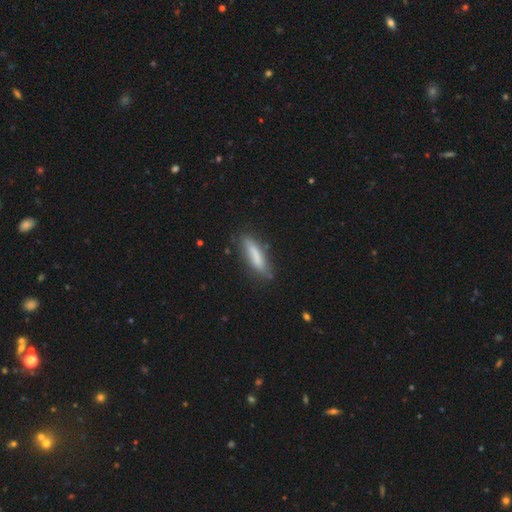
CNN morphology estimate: A smooth galaxy with no disk features (72%) that is cigar-shaped (77%).

Vote fractions:
- Smooth or featured? smooth: 72% / featured or disk: 21% / star or artifact: 7%
- How rounded? cigar-shaped: 77% / in between: 22% / round: 2%
- Merging? none: 74% / minor disturbance: 19% / major disturbance: 4% / merger: 3%